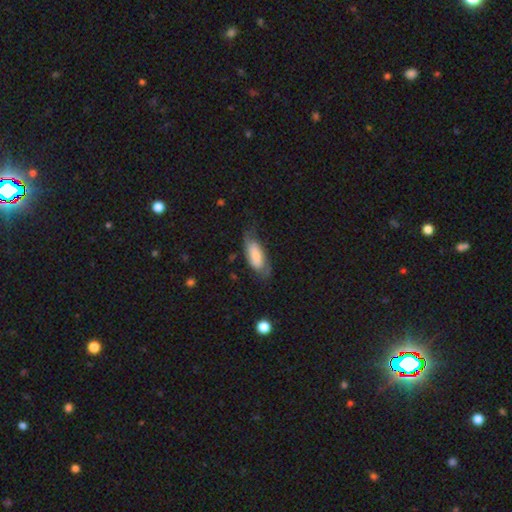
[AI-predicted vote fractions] Smooth or featured? smooth (55%)
How rounded? in between (83%)
Merging? none (59%)